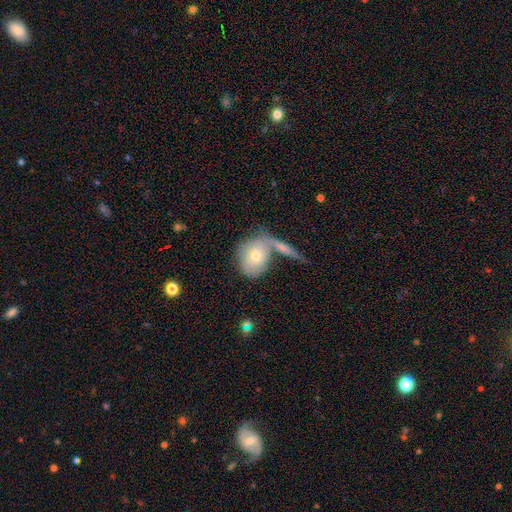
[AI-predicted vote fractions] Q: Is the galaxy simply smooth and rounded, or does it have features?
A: smooth — 66%.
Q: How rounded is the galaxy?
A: round — 54%.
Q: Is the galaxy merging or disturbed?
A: merger — 40%.